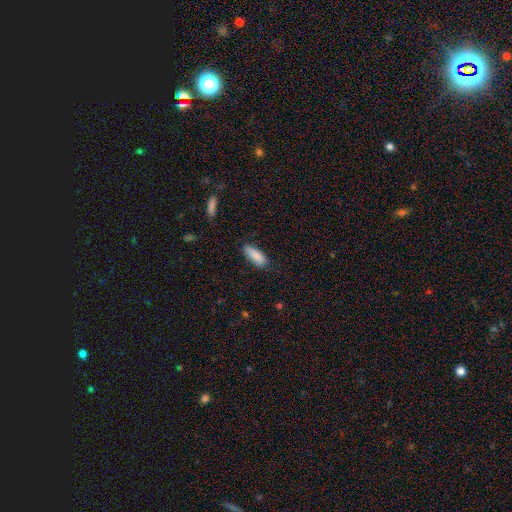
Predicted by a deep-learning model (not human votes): smooth_or_featured: smooth (p=0.88) [alt: star or artifact p=0.07]
how_rounded: in between (p=0.70) [alt: cigar-shaped p=0.28]
merging: none (p=0.77) [alt: minor disturbance p=0.18]